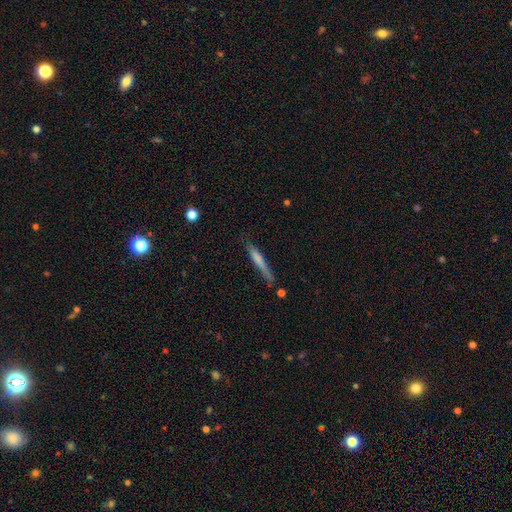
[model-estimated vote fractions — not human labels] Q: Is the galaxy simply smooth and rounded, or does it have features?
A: smooth — 52%.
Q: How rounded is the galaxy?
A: cigar-shaped — 94%.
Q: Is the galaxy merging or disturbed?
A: none — 71%.